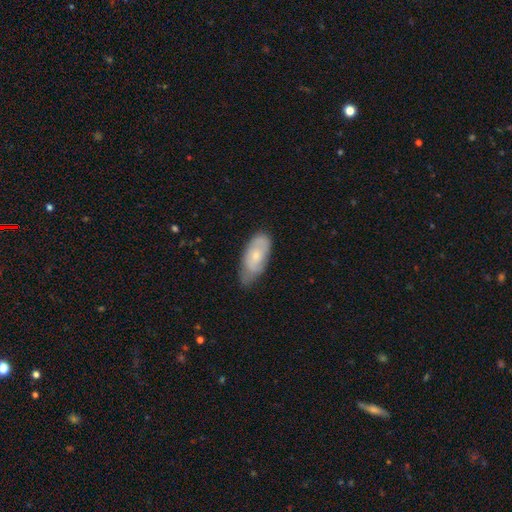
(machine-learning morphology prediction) type=smooth (56%); roundness=in between (88%); merging=none (55%).